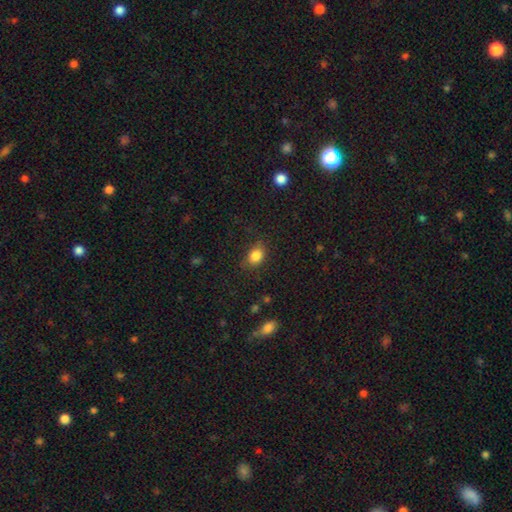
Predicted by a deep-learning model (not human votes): Smooth or featured?
  - smooth: 84% *
  - star or artifact: 10%
  - featured or disk: 6%
How rounded?
  - in between: 64% *
  - round: 35%
  - cigar-shaped: 1%
Merging?
  - none: 77% *
  - minor disturbance: 17%
  - major disturbance: 5%
  - merger: 1%